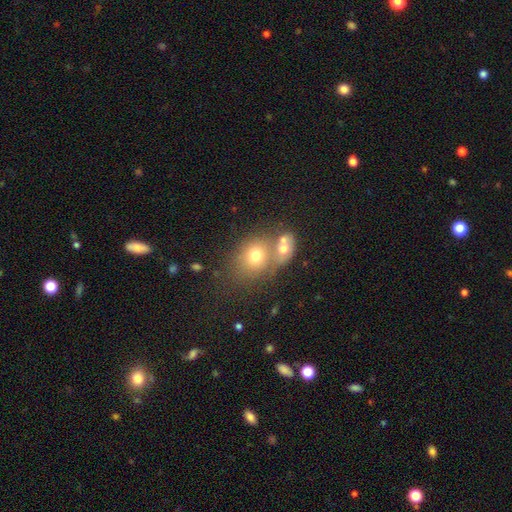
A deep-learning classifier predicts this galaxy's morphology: smooth-or-featured: smooth: 70% | featured or disk: 18% | star or artifact: 13%
  how-rounded: round: 54% | in between: 45% | cigar-shaped: 1%
  merging: merger: 42% | none: 40% | minor disturbance: 12% | major disturbance: 6%